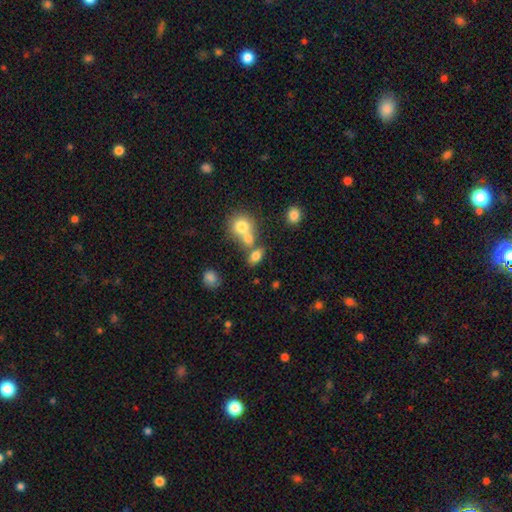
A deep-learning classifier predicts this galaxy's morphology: smooth_or_featured: smooth (p=0.77) [alt: star or artifact p=0.12]
how_rounded: in between (p=0.78) [alt: round p=0.19]
merging: none (p=0.52) [alt: merger p=0.33]